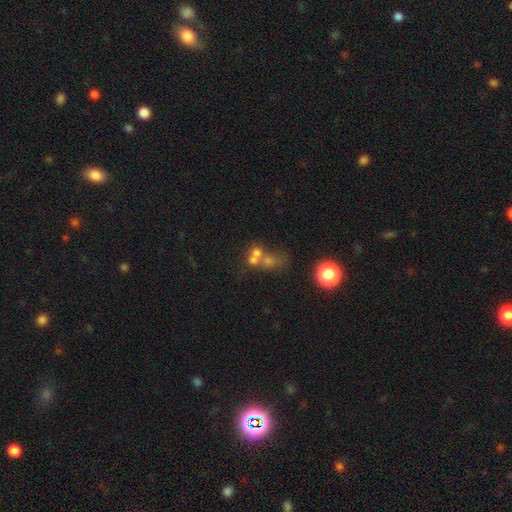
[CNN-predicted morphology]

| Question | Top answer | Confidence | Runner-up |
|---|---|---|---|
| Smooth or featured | smooth | 54% | featured or disk (27%) |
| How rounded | round | 71% | in between (27%) |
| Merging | merger | 60% | none (26%) |